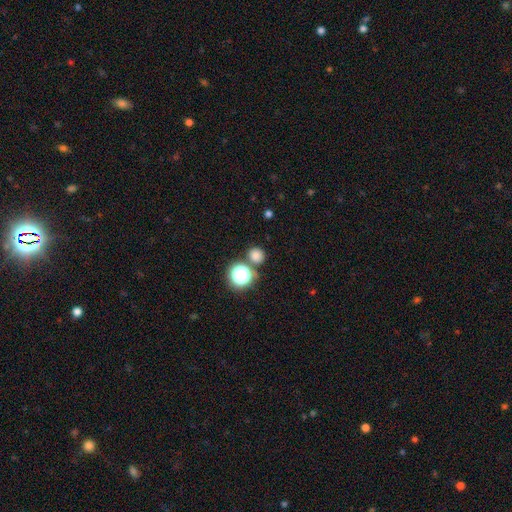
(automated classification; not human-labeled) A smooth galaxy with no disk features (75%) that is round (86%). Merging: none (77%).